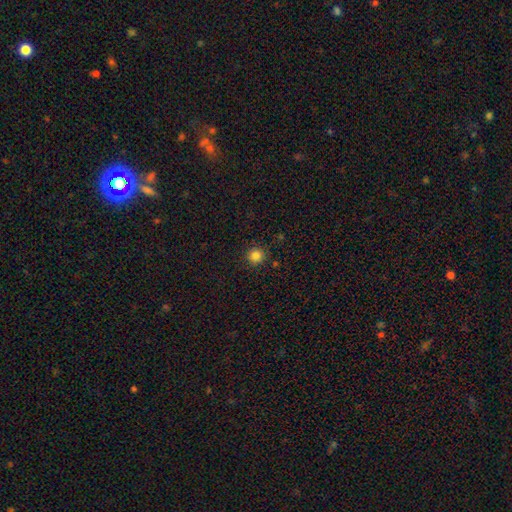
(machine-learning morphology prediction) Overall: smooth (84%). How rounded: round (95%). Merging: none (90%).